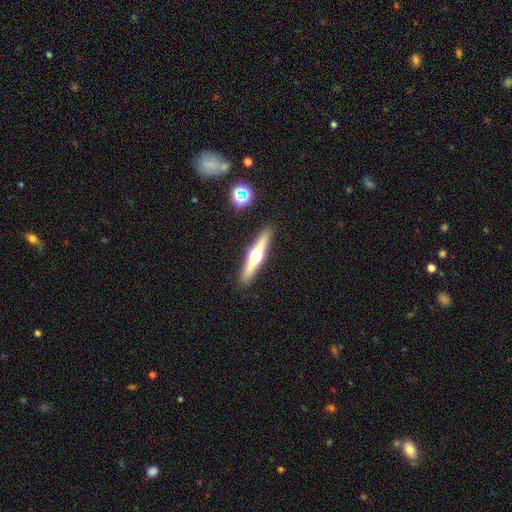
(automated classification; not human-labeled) Smooth or featured? Predicted: featured or disk (p=0.66). Edge-on disk? Predicted: yes (p=0.97). Edge-on bulge? Predicted: rounded (p=0.95). Merging? Predicted: none (p=0.91).